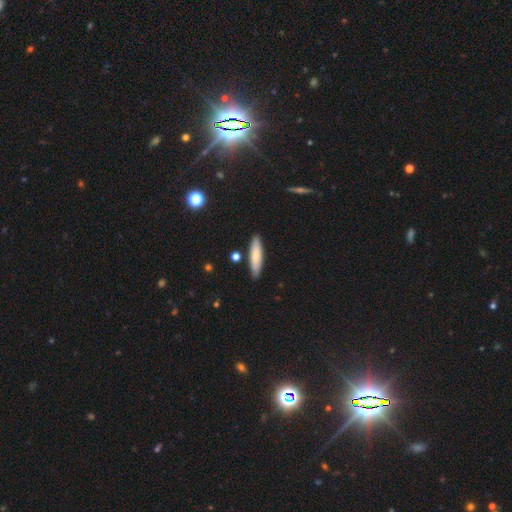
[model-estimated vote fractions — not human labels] smooth 79%, featured or disk 15%, star or artifact 6%. Down the decision tree: how rounded — cigar-shaped (75%); merging — none (87%).